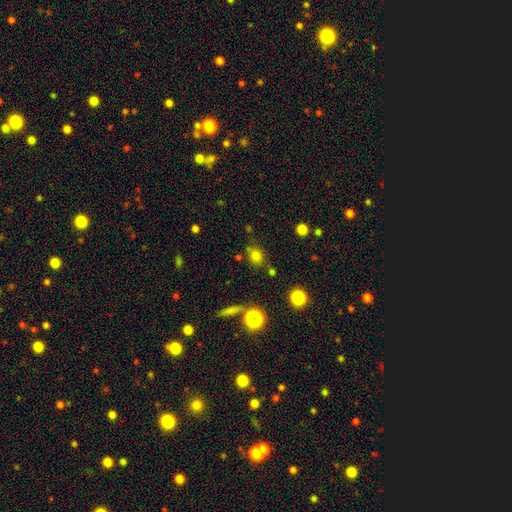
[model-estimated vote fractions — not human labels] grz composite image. It shows a smooth galaxy with no disk features (74%) that is round (50%). Merging: none (70%).